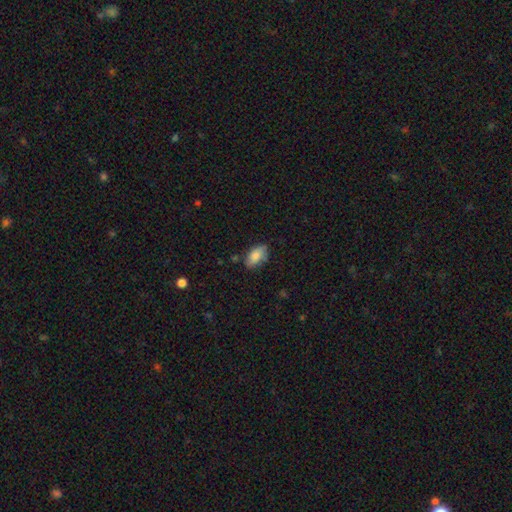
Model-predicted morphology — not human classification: The model was most divided on "merging": none: 69%, minor disturbance: 23%, major disturbance: 5%, merger: 3%. More confident: how rounded — in between (93%); smooth or featured — smooth (82%).